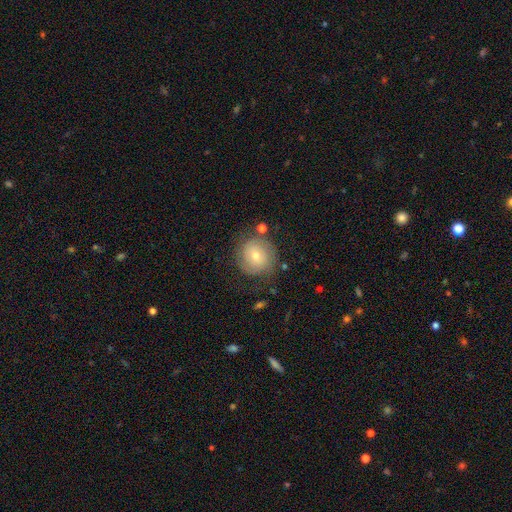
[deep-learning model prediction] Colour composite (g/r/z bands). It shows a smooth galaxy with no disk features (53%) that is round (91%). Merging: none (73%).